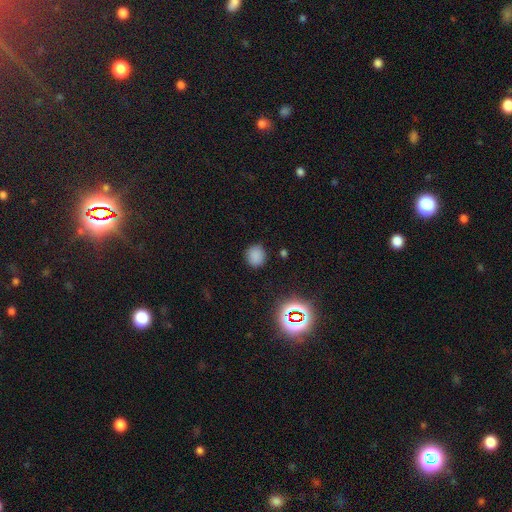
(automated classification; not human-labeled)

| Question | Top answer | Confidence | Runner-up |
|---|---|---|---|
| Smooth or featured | smooth | 80% | star or artifact (16%) |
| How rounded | round | 82% | in between (16%) |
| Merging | none | 86% | minor disturbance (9%) |